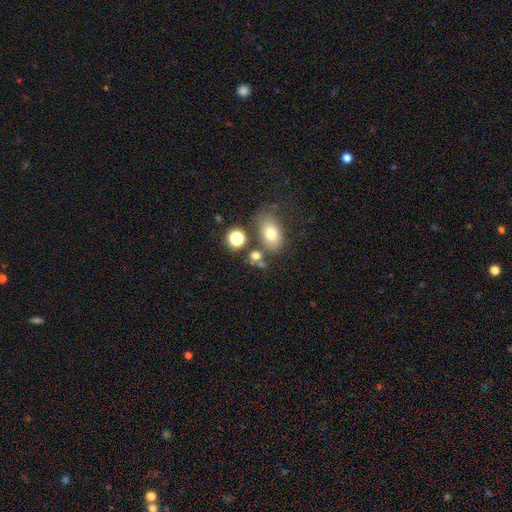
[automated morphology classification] Smooth or featured? Predicted: smooth (p=0.71). How rounded? Predicted: round (p=0.52). Merging? Predicted: none (p=0.60).